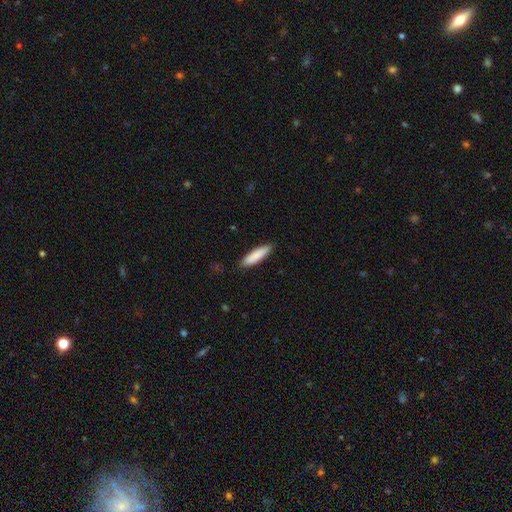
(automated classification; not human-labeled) The model was most divided on "how rounded": cigar-shaped: 73%, in between: 26%, round: 1%. More confident: merging — none (88%); smooth or featured — smooth (87%).